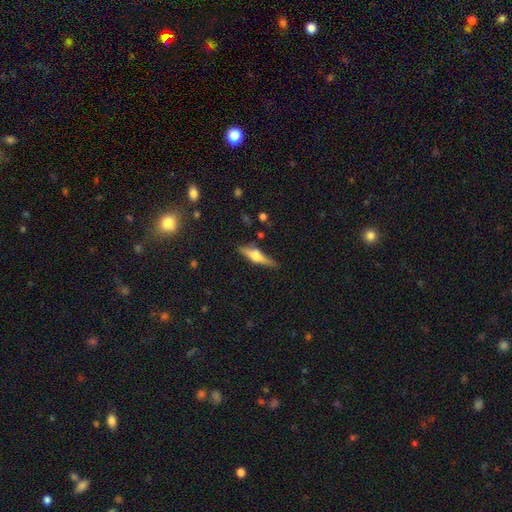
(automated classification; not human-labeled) smooth-or-featured: featured or disk: 62% | smooth: 31% | star or artifact: 7%
  disk-edge-on: yes: 96% | no: 4%
    edge-on-bulge: rounded: 89% | boxy: 8% | none: 3%
  merging: none: 81% | minor disturbance: 13% | major disturbance: 3% | merger: 3%